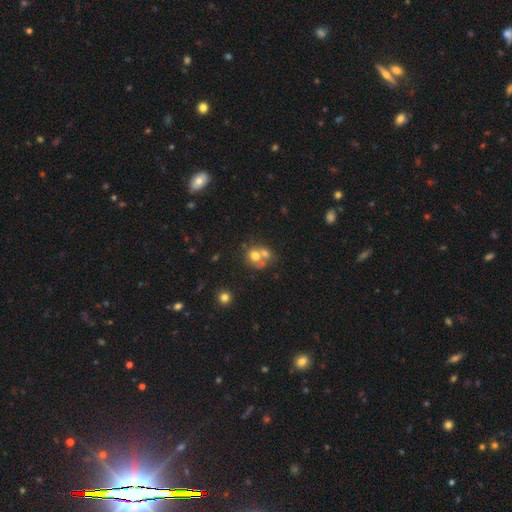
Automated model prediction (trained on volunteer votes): This is likely a smooth galaxy (65%). How rounded: likely round (64%). Merging: possibly merger (58%).